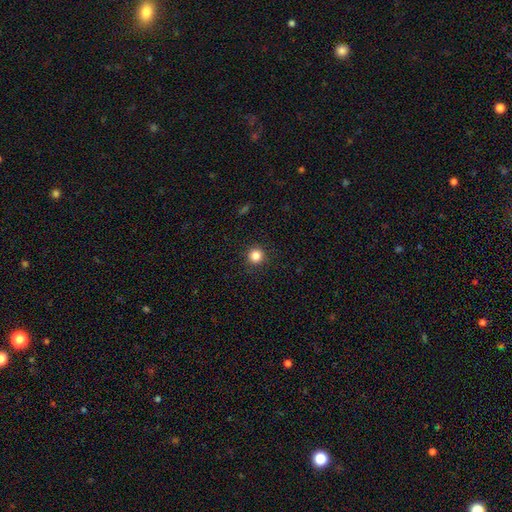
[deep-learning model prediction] Smooth or featured? Predicted: smooth (p=0.84). How rounded? Predicted: round (p=0.95). Merging? Predicted: none (p=0.91).